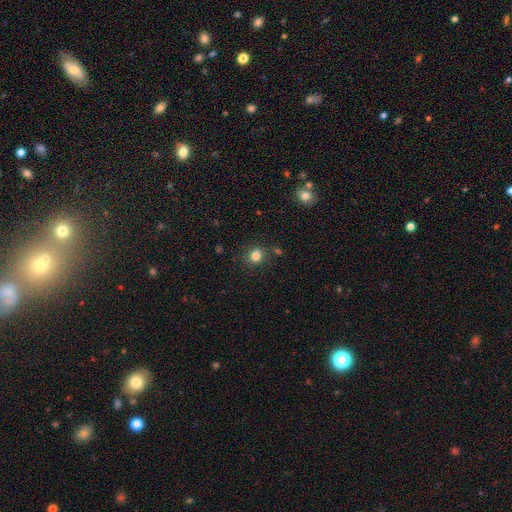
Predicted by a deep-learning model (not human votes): Overall: smooth (82%). How rounded: round (65%; in between 34%). Merging: none (77%).